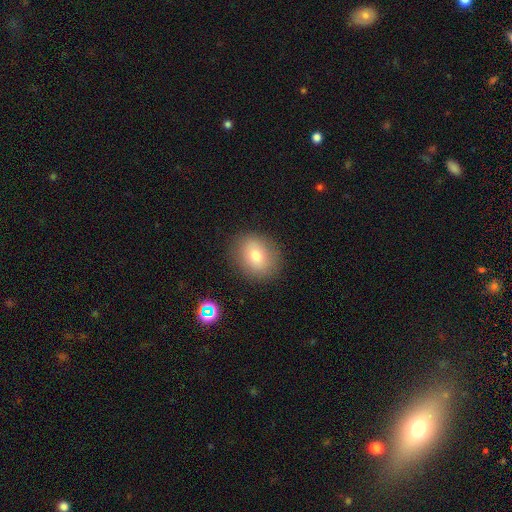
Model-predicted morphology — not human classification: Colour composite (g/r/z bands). It shows a smooth galaxy with no disk features (76%) that is round (54%). Merging: none (85%).